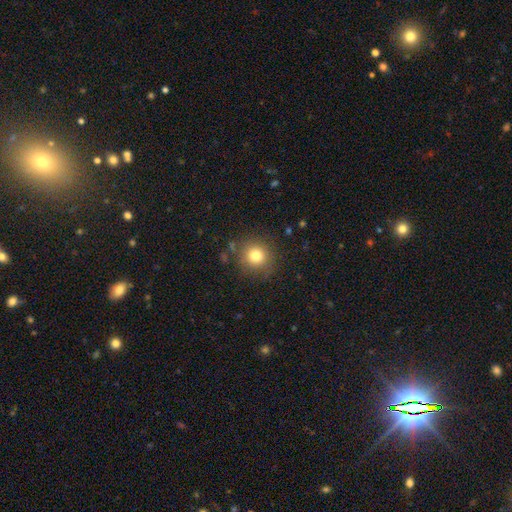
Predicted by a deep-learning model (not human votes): smooth-or-featured: smooth: 79% | star or artifact: 13% | featured or disk: 8%
  how-rounded: round: 93% | in between: 6% | cigar-shaped: 1%
  merging: none: 85% | minor disturbance: 9% | major disturbance: 4% | merger: 2%